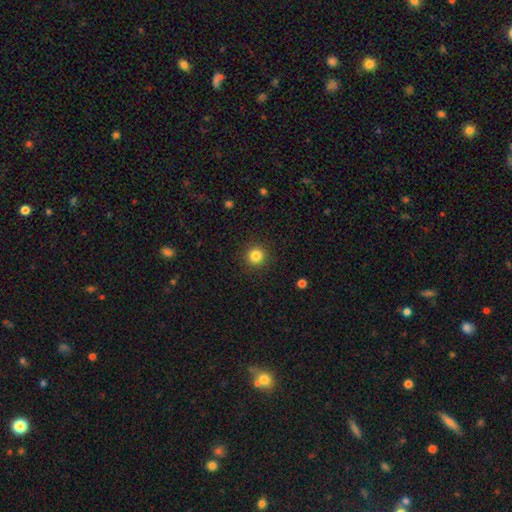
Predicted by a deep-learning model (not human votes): This is clearly a smooth galaxy (84%). How rounded: clearly round (94%). Merging: clearly none (92%).